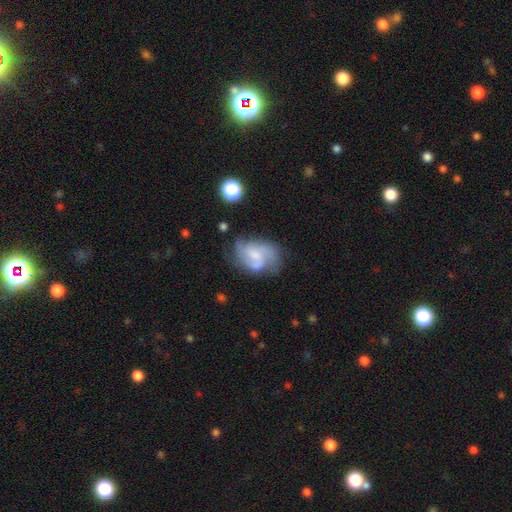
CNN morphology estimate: Smooth or featured? featured or disk (67%)
Edge-on disk? no (98%)
Bar? no (50%)
Spiral arms? yes (84%)
Spiral winding? medium (47%)
Spiral arm count? 2 (40%)
Bulge size? small (36%)
Merging? none (49%)